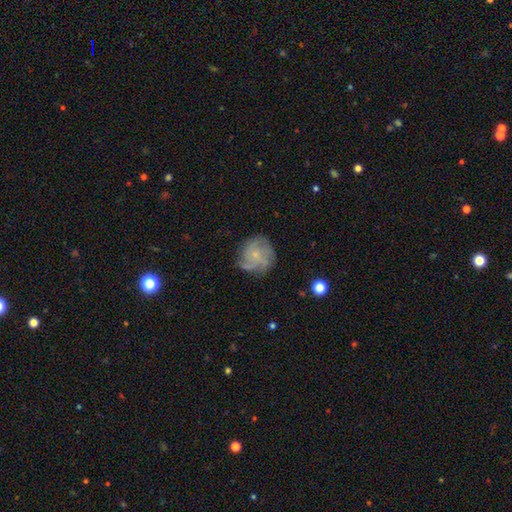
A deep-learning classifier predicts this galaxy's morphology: smooth_or_featured: featured or disk (p=0.64) [alt: smooth p=0.27]
disk_edge_on: no (p=0.98) [alt: yes p=0.02]
bar: no (p=0.80) [alt: weak p=0.18]
has_spiral_arms: yes (p=0.87) [alt: no p=0.13]
spiral_winding: tight (p=0.42) [alt: medium p=0.40]
spiral_arm_count: can't tell (p=0.29) [alt: 3 p=0.27]
bulge_size: small (p=0.76) [alt: moderate p=0.14]
merging: none (p=0.68) [alt: minor disturbance p=0.22]